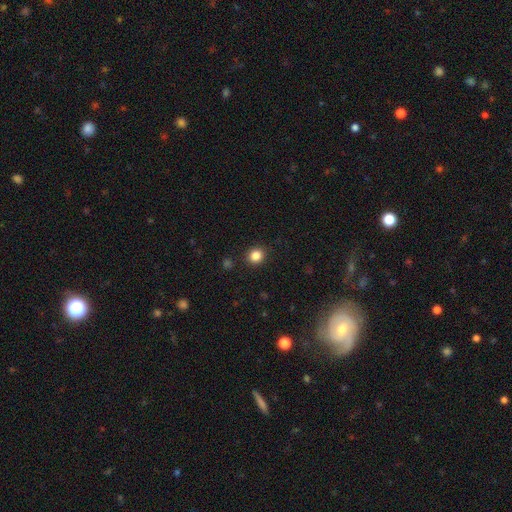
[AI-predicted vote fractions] smooth-or-featured: smooth: 84% | star or artifact: 12% | featured or disk: 4%
  how-rounded: round: 84% | in between: 15% | cigar-shaped: 1%
  merging: none: 91% | minor disturbance: 6% | major disturbance: 2% | merger: 1%